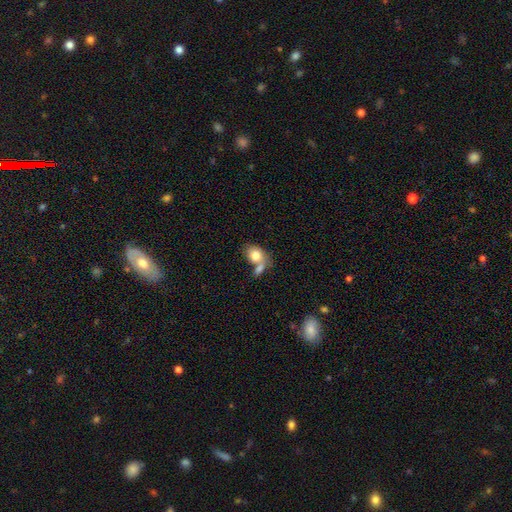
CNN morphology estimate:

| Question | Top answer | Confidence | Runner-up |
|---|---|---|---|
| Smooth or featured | smooth | 79% | featured or disk (13%) |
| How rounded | in between | 67% | round (31%) |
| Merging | merger | 46% | none (34%) |